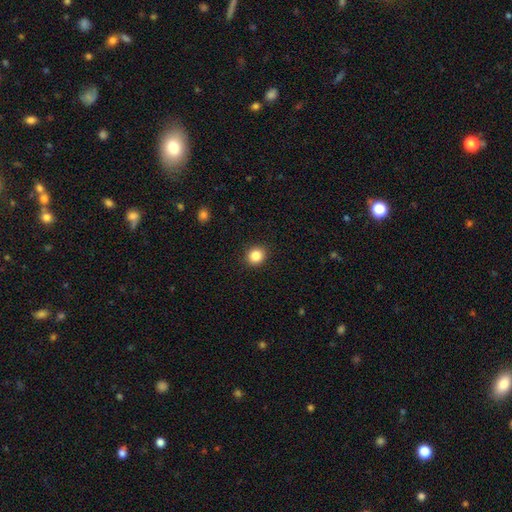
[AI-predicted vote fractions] A smooth galaxy with no disk features (85%) that is round (85%). Merging: none (91%).